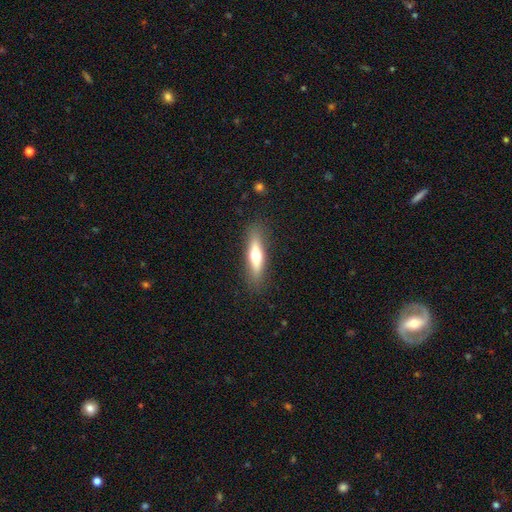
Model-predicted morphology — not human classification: Overall: smooth (55%; featured or disk 39%). How rounded: cigar-shaped (73%). Merging: none (86%).